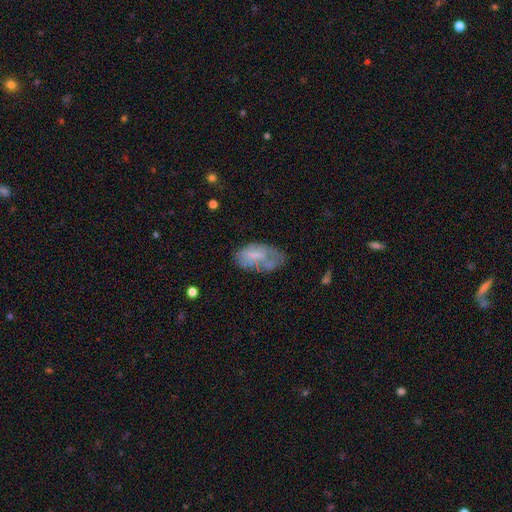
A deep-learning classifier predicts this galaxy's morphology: smooth_or_featured: smooth (p=0.52) [alt: featured or disk p=0.40]
how_rounded: in between (p=0.92) [alt: cigar-shaped p=0.04]
merging: none (p=0.39) [alt: minor disturbance p=0.33]